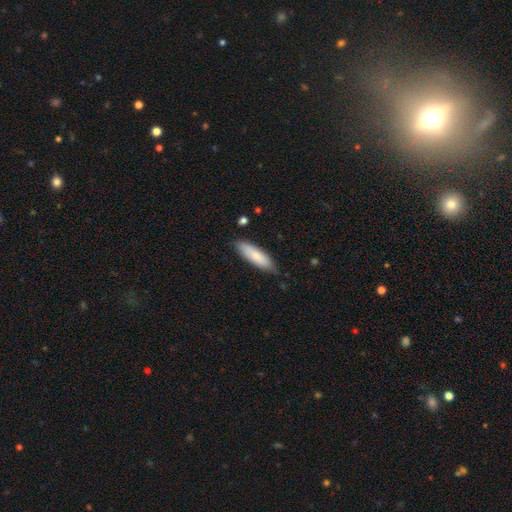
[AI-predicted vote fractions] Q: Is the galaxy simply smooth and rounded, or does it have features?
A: smooth — 81%.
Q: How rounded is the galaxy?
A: cigar-shaped — 52%.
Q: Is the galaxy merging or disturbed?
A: none — 80%.